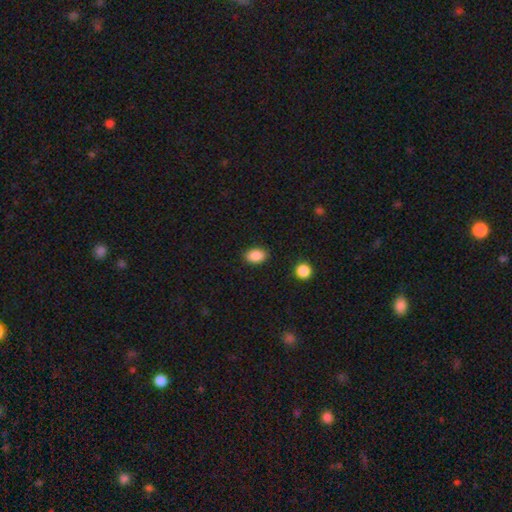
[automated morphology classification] Overall: smooth (88%). How rounded: in between (80%). Merging: none (88%).